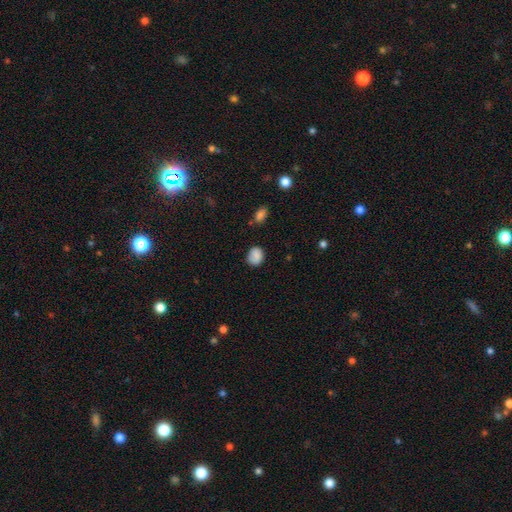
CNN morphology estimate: The model was most divided on "how rounded": round: 58%, in between: 41%, cigar-shaped: 1%. More confident: smooth or featured — smooth (82%); merging — none (71%).